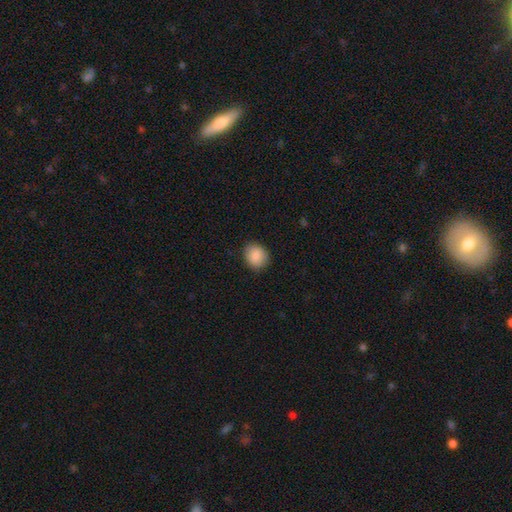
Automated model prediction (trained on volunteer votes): Smooth or featured: smooth — 89% (star or artifact — 7%)
How rounded: round — 71% (in between — 28%)
Merging: none — 87% (minor disturbance — 10%)